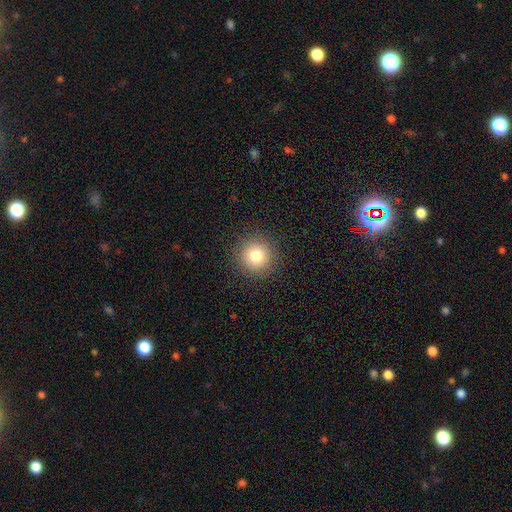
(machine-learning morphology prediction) Smooth or featured? Predicted: smooth (p=0.80). How rounded? Predicted: round (p=0.95). Merging? Predicted: none (p=0.91).